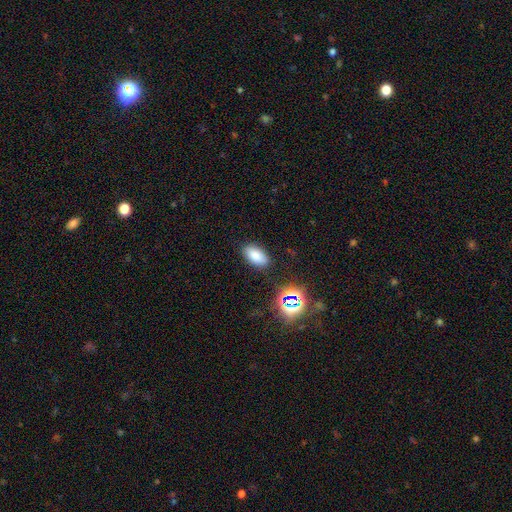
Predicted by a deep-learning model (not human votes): A smooth galaxy with no disk features (78%) that is in between round and cigar-shaped (92%).

Vote fractions:
- Smooth or featured? smooth: 78% / star or artifact: 14% / featured or disk: 8%
- How rounded? in between: 92% / round: 5% / cigar-shaped: 3%
- Merging? none: 86% / minor disturbance: 10% / major disturbance: 3% / merger: 2%